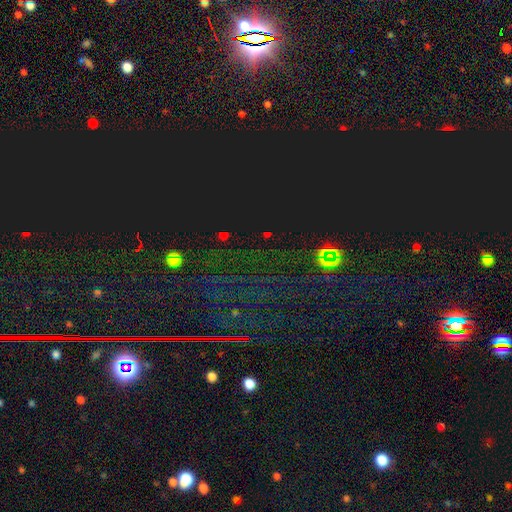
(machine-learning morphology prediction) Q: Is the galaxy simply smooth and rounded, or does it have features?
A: star or artifact — 81%.